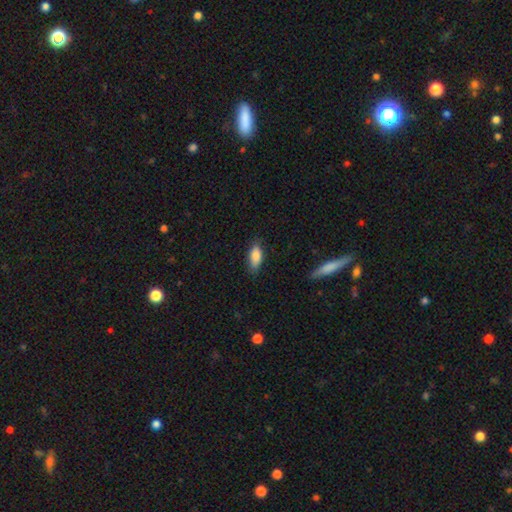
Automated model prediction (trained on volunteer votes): Smooth or featured? smooth (84%)
How rounded? in between (82%)
Merging? none (78%)